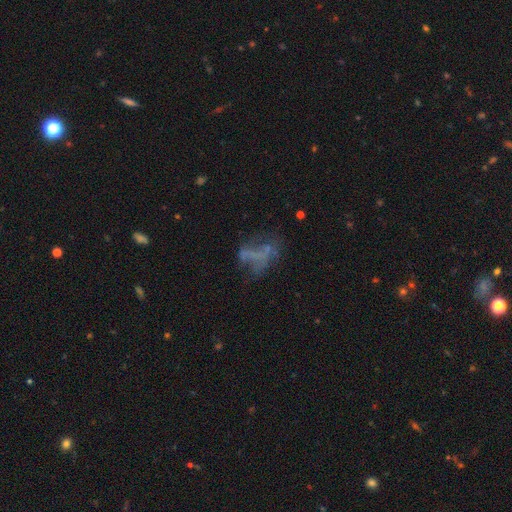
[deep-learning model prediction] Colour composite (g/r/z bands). It shows a featured or disk galaxy (47%). Merging: none (38%).